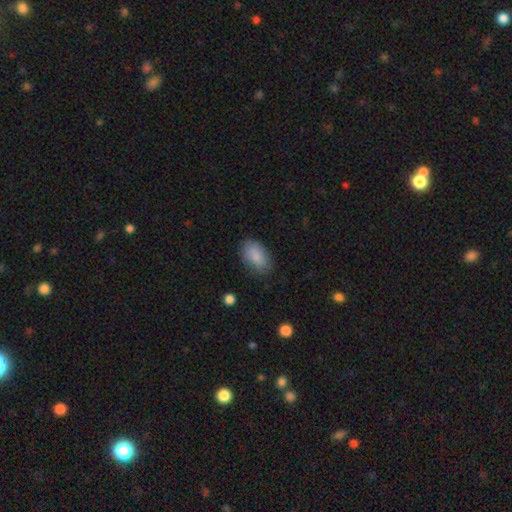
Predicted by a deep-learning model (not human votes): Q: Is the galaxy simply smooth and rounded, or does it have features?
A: smooth — 87%.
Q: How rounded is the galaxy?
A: in between — 92%.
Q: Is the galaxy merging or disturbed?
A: none — 78%.